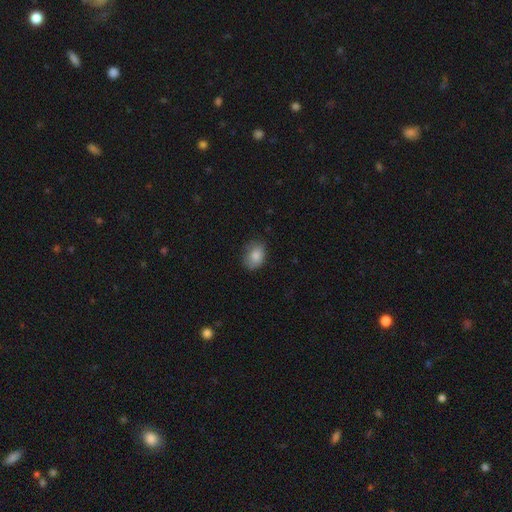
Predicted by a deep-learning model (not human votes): Q: Smooth or featured?
A: smooth (84%); runner-up: star or artifact (8%)
Q: How rounded?
A: in between (61%); runner-up: round (38%)
Q: Merging?
A: none (69%); runner-up: minor disturbance (24%)